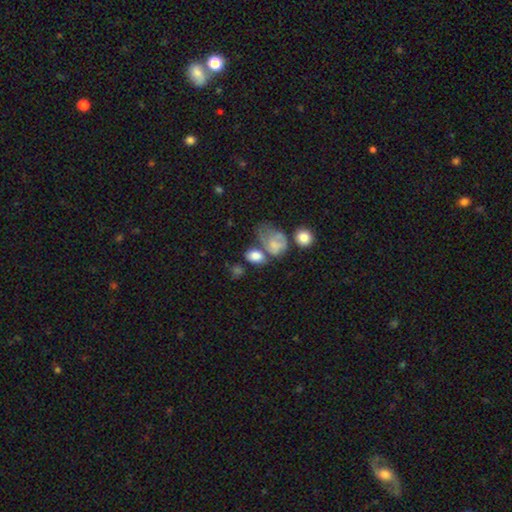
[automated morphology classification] This appears to be a smooth galaxy with no disk features (76%) that is in between round and cigar-shaped (74%). Merging: none (35%).